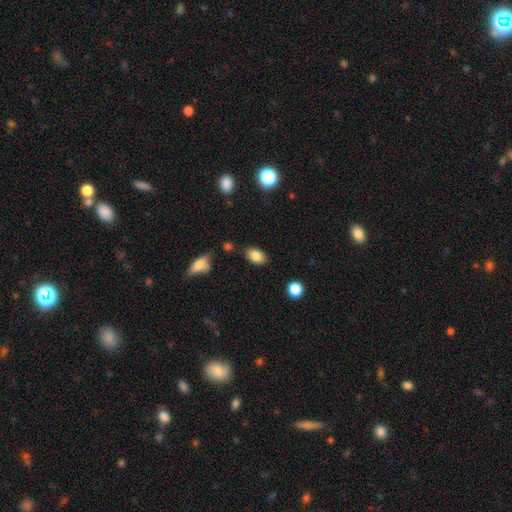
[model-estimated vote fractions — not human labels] Smooth or featured: smooth — 84% (star or artifact — 8%)
How rounded: in between — 88% (round — 10%)
Merging: none — 82% (minor disturbance — 12%)